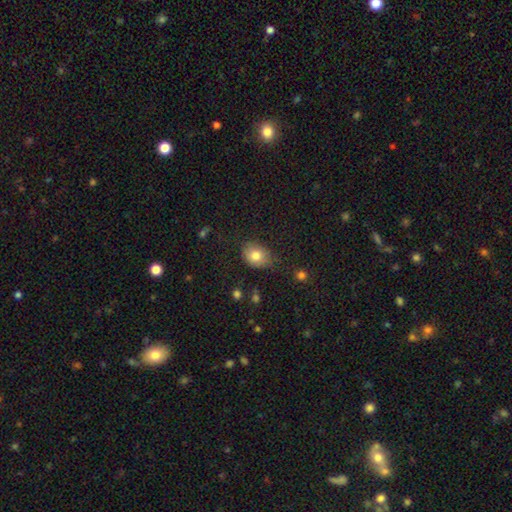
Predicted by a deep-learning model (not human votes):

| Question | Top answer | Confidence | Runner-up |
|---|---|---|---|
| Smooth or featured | smooth | 80% | featured or disk (10%) |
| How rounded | in between | 61% | round (38%) |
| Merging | none | 72% | minor disturbance (22%) |